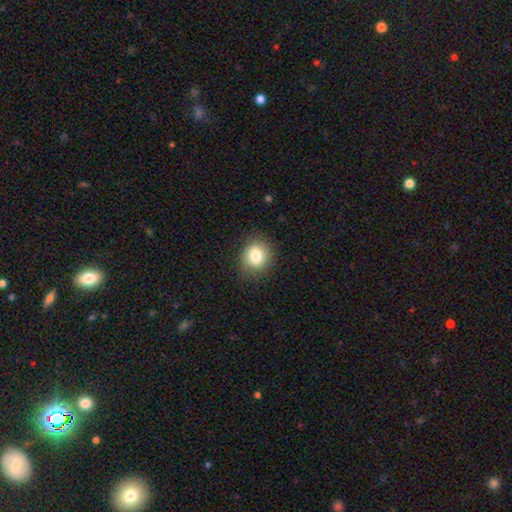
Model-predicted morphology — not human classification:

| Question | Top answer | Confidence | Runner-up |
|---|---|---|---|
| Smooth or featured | smooth | 81% | star or artifact (10%) |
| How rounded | round | 67% | in between (32%) |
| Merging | none | 85% | minor disturbance (11%) |